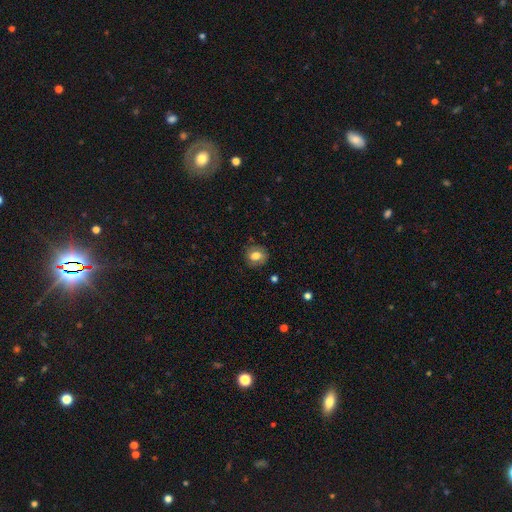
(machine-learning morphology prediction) Smooth or featured: smooth — 75% (featured or disk — 15%)
How rounded: round — 70% (in between — 29%)
Merging: none — 81% (minor disturbance — 14%)